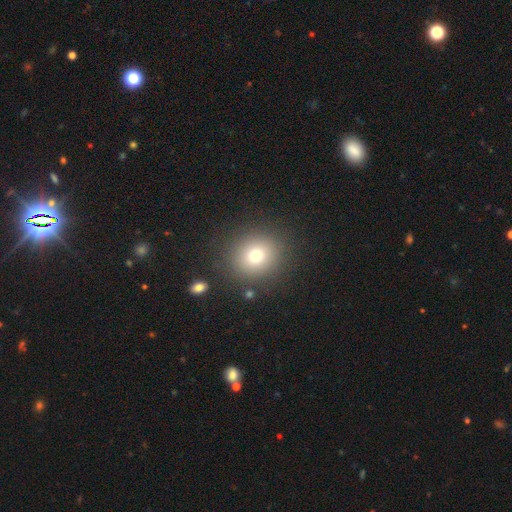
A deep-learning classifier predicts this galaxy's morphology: Smooth or featured? smooth (74%)
How rounded? round (86%)
Merging? none (87%)